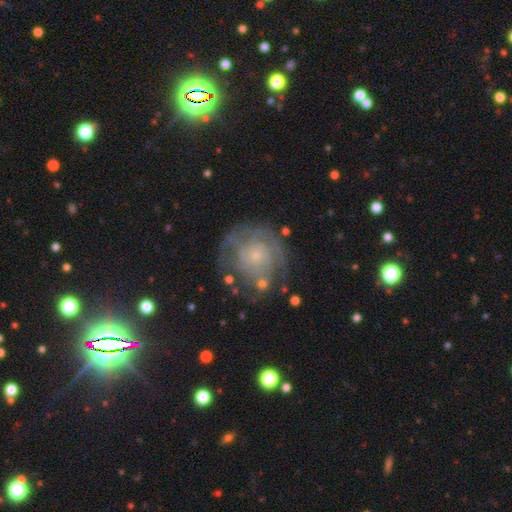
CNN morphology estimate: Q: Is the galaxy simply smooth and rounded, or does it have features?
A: featured or disk — 71%.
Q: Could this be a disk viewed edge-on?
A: no — 97%.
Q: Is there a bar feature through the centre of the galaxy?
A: no — 83%.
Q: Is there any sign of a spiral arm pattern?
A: yes — 78%.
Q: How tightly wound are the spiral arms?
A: tight — 65%.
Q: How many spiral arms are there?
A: can't tell — 50%.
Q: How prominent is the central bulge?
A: small — 76%.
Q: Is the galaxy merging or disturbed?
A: none — 64%.